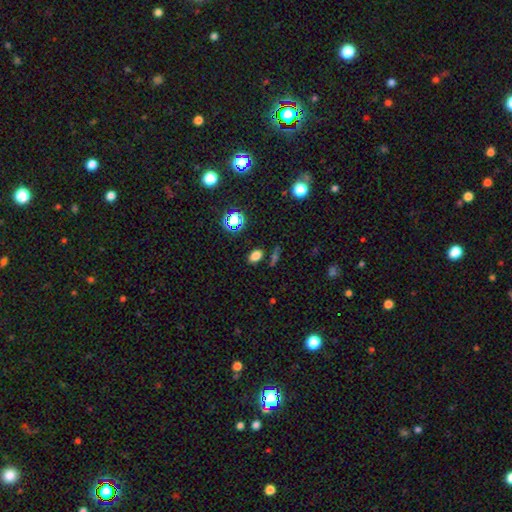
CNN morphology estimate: Smooth or featured? Predicted: smooth (p=0.76). How rounded? Predicted: in between (p=0.83). Merging? Predicted: none (p=0.80).